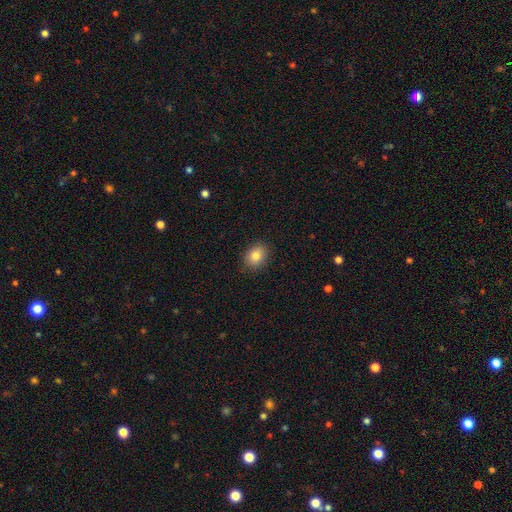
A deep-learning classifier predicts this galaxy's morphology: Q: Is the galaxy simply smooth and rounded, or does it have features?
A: smooth — 83%.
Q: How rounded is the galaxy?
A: in between — 57%.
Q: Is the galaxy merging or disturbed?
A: none — 88%.